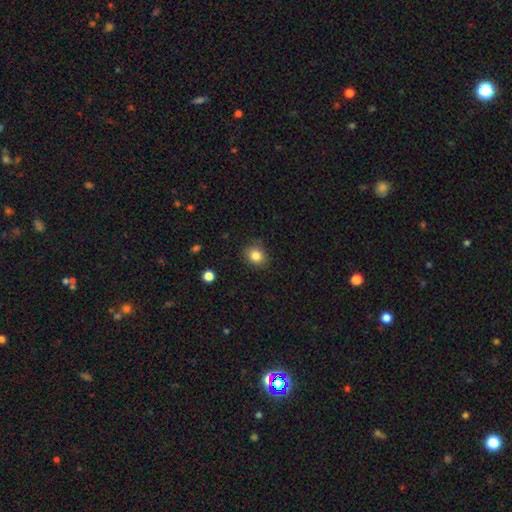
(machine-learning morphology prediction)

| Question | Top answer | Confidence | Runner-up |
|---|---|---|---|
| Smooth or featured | smooth | 84% | star or artifact (10%) |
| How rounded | round | 61% | in between (38%) |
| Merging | none | 85% | minor disturbance (11%) |